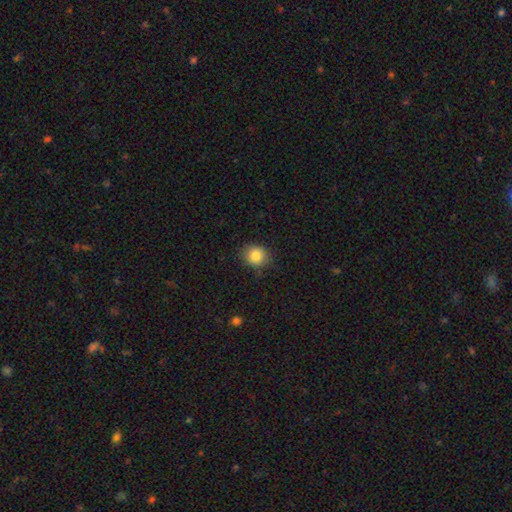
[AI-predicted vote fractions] Smooth or featured? smooth (83%)
How rounded? round (75%)
Merging? none (82%)